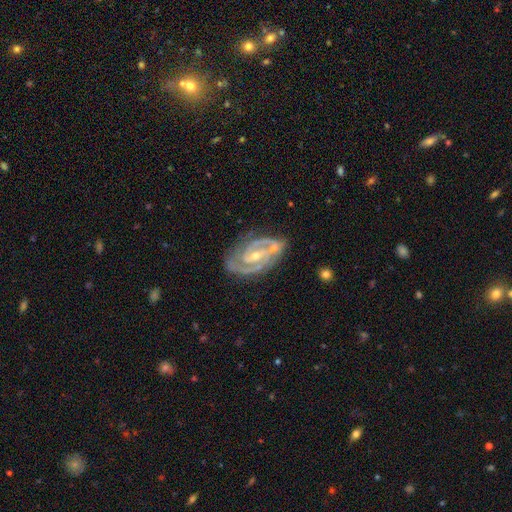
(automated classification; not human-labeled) The model was most divided on "bar": weak: 40%, no: 37%, strong: 22%. More confident: spiral arms — yes (98%); edge-on disk — no (97%); smooth or featured — featured or disk (92%); spiral arm count — 2 (78%); merging — none (73%); bulge size — small (57%); spiral winding — tight (56%).